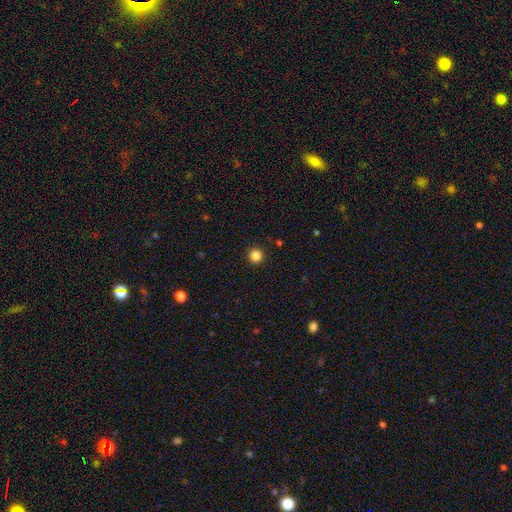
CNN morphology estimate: Smooth or featured? Predicted: smooth (p=0.85). How rounded? Predicted: round (p=0.96). Merging? Predicted: none (p=0.93).